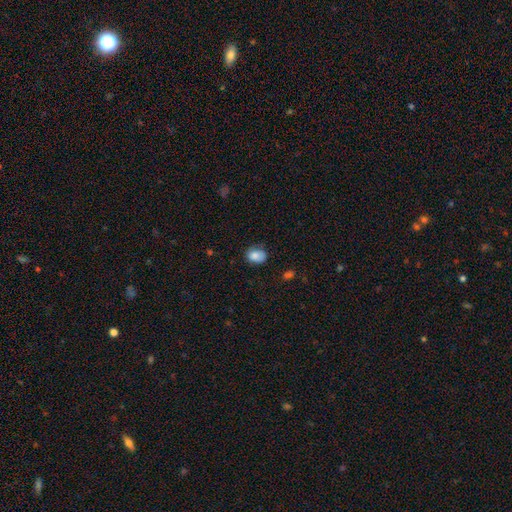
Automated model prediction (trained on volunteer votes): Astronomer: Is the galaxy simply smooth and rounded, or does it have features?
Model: smooth — 84%.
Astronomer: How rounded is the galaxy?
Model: in between — 62% (runner-up: round, 37%).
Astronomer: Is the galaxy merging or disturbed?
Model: none — 63%.